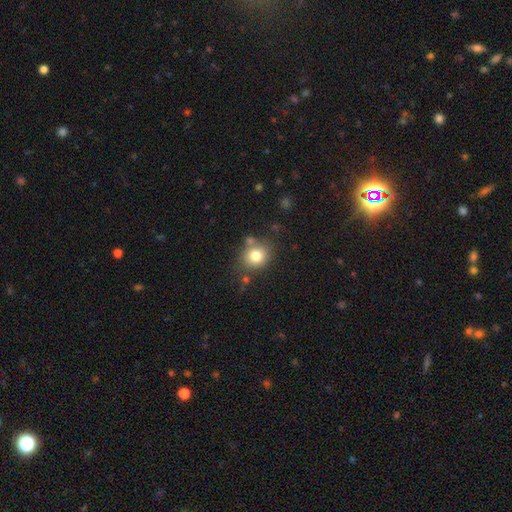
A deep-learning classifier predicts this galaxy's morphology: A smooth galaxy with no disk features (78%) that is round (71%). Merging: none (71%).